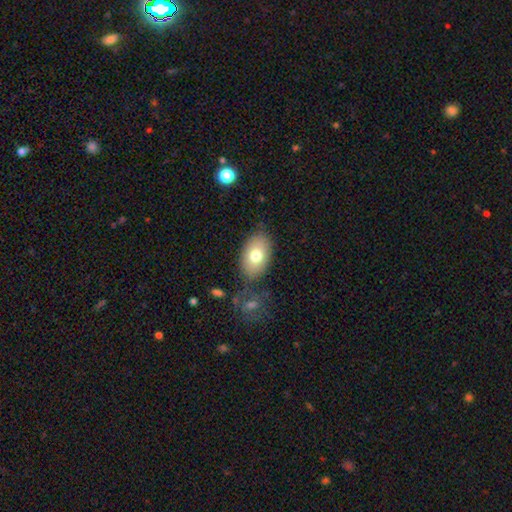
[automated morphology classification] A smooth galaxy with no disk features (75%) that is in between round and cigar-shaped (89%).

Vote fractions:
- Smooth or featured? smooth: 75% / featured or disk: 17% / star or artifact: 7%
- How rounded? in between: 89% / round: 9% / cigar-shaped: 1%
- Merging? none: 76% / minor disturbance: 15% / merger: 5% / major disturbance: 4%